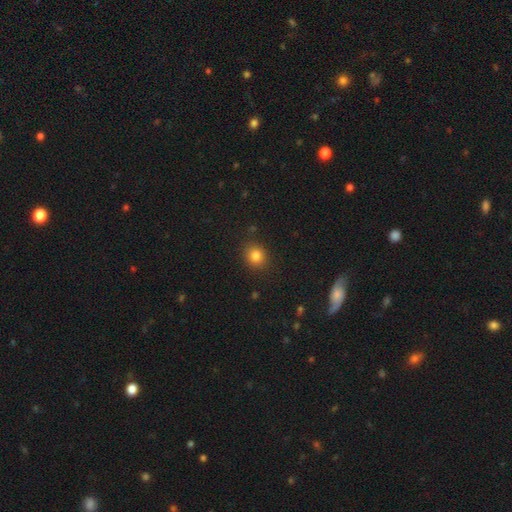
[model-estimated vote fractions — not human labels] Smooth or featured? Predicted: smooth (p=0.82). How rounded? Predicted: round (p=0.75). Merging? Predicted: none (p=0.87).